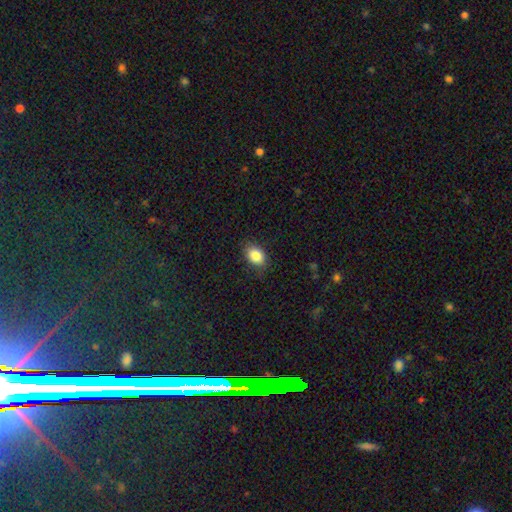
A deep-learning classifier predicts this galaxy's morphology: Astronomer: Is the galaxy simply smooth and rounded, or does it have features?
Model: smooth — 85%.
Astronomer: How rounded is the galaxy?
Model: in between — 75%.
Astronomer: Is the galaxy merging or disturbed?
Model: none — 81%.